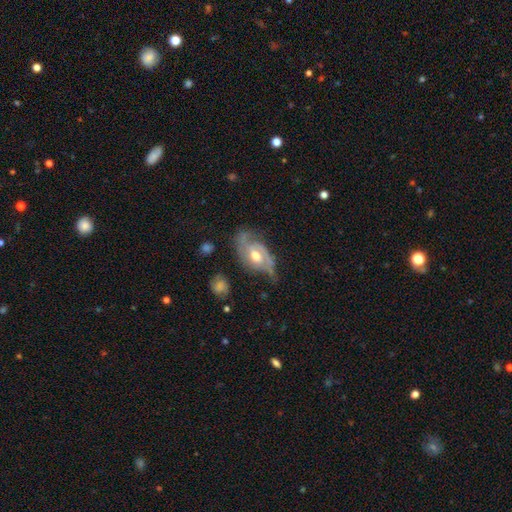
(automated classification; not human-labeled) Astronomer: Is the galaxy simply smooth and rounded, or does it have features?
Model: featured or disk — 84%.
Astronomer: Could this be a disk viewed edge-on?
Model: no — 95%.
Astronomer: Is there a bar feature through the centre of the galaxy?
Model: no — 47% (runner-up: weak, 42%).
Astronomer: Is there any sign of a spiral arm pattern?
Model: yes — 93%.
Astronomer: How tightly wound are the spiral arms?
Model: medium — 44% (runner-up: tight, 37%).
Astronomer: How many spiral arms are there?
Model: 2 — 75%.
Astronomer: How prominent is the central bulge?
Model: moderate — 75%.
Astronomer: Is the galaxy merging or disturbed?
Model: none — 58%.